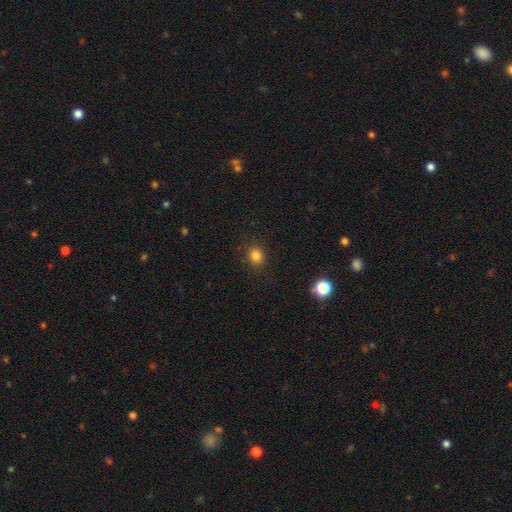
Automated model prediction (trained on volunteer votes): Smooth or featured?
  - smooth: 83% *
  - star or artifact: 12%
  - featured or disk: 4%
How rounded?
  - round: 71% *
  - in between: 28%
  - cigar-shaped: 1%
Merging?
  - none: 87% *
  - minor disturbance: 9%
  - major disturbance: 3%
  - merger: 1%